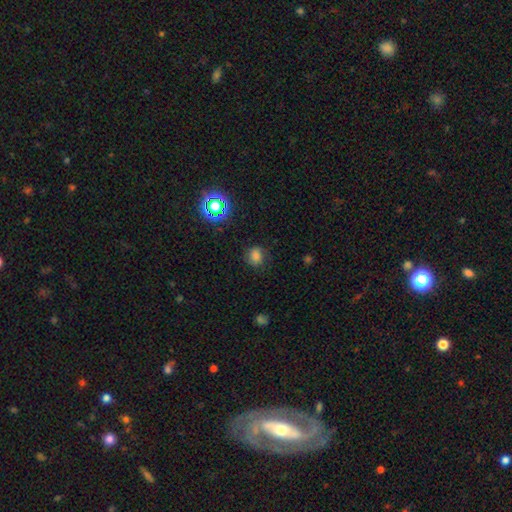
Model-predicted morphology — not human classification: Smooth or featured?
  - smooth: 70% *
  - star or artifact: 17%
  - featured or disk: 12%
How rounded?
  - round: 70% *
  - in between: 29%
  - cigar-shaped: 1%
Merging?
  - none: 73% *
  - minor disturbance: 18%
  - major disturbance: 7%
  - merger: 1%